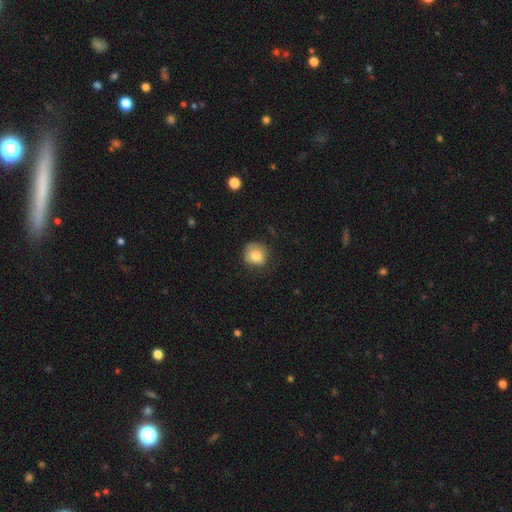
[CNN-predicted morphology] Smooth or featured? Predicted: smooth (p=0.81). How rounded? Predicted: round (p=0.79). Merging? Predicted: none (p=0.63).